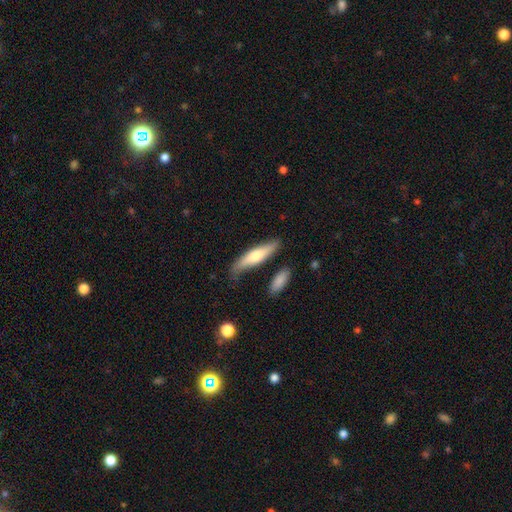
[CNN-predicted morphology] Smooth or featured? Predicted: smooth (p=0.59). How rounded? Predicted: cigar-shaped (p=0.73). Merging? Predicted: none (p=0.73).